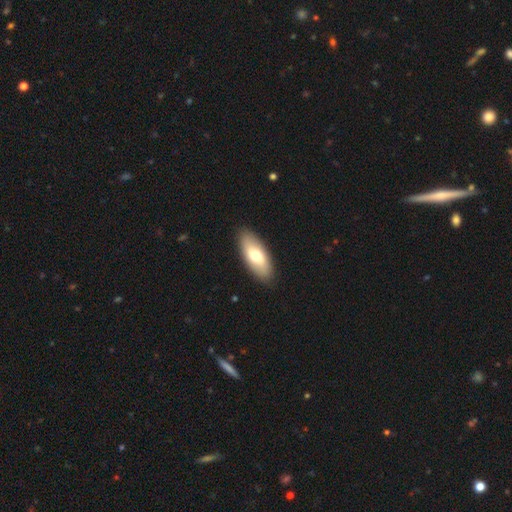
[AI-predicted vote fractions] Q: Smooth or featured?
A: smooth (68%); runner-up: featured or disk (27%)
Q: How rounded?
A: in between (83%); runner-up: cigar-shaped (14%)
Q: Merging?
A: none (89%); runner-up: minor disturbance (8%)